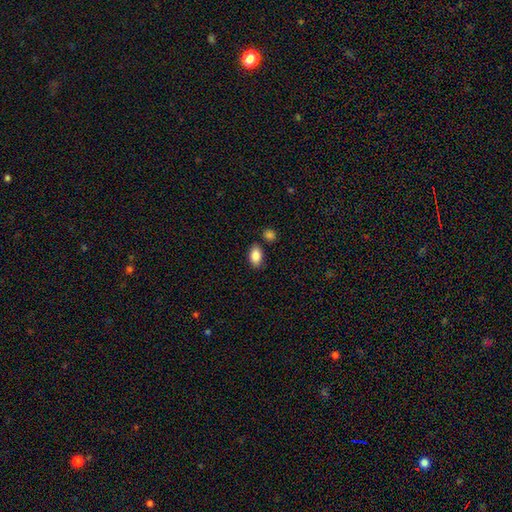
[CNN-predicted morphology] This is clearly a smooth galaxy (87%). How rounded: clearly in between (91%). Merging: clearly none (82%).